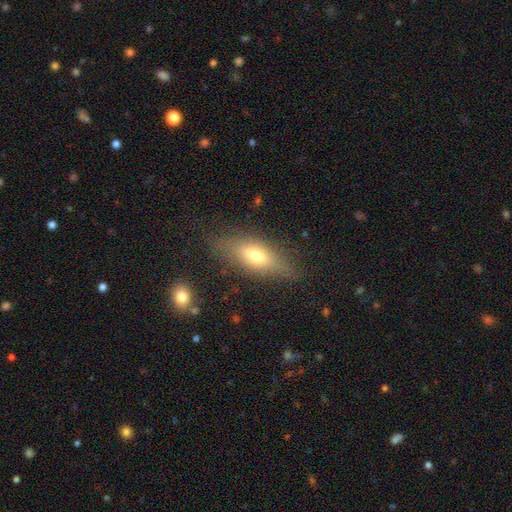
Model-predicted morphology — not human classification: Smooth or featured?
  - smooth: 57% *
  - featured or disk: 35%
  - star or artifact: 9%
How rounded?
  - in between: 59% *
  - cigar-shaped: 37%
  - round: 4%
Merging?
  - none: 76% *
  - minor disturbance: 17%
  - major disturbance: 6%
  - merger: 2%